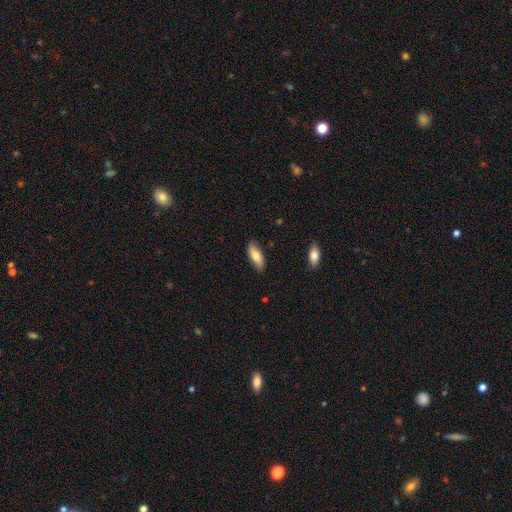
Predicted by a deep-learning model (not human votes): smooth 75%, featured or disk 19%, star or artifact 6%. Down the decision tree: how rounded — in between (69%); merging — none (86%).